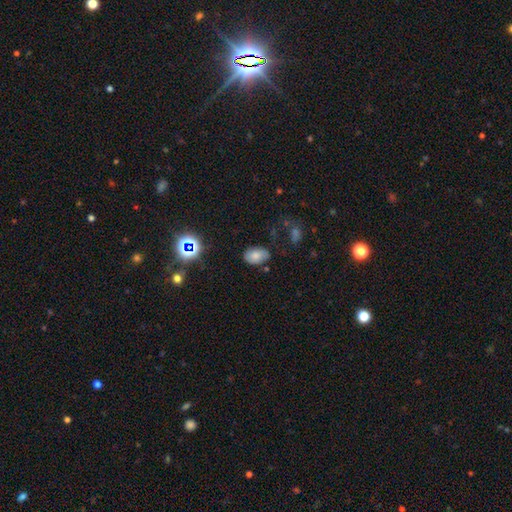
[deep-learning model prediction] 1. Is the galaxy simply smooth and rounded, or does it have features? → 73% smooth, 15% featured or disk, 12% star or artifact.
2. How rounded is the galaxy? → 88% in between, 11% round, 1% cigar-shaped.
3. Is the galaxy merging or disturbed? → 72% none, 20% minor disturbance, 5% major disturbance, 3% merger.